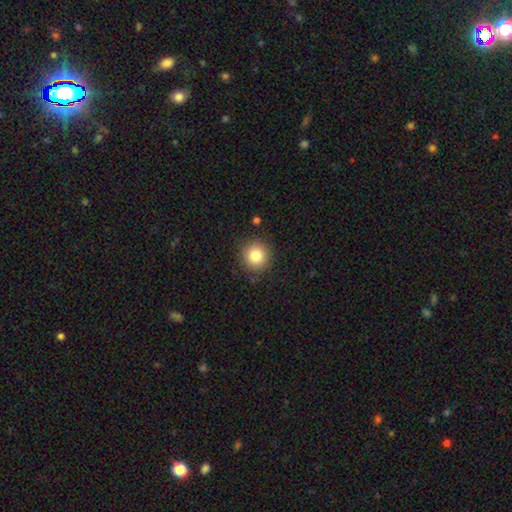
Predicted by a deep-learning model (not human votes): Smooth or featured?
  - smooth: 82% *
  - star or artifact: 11%
  - featured or disk: 7%
How rounded?
  - round: 94% *
  - in between: 5%
  - cigar-shaped: 1%
Merging?
  - none: 88% *
  - minor disturbance: 8%
  - major disturbance: 3%
  - merger: 2%